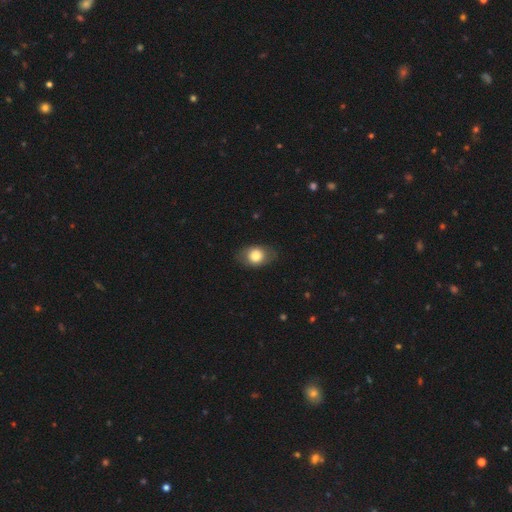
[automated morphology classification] smooth 77%, featured or disk 15%, star or artifact 7%. Down the decision tree: how rounded — in between (68%); merging — none (80%).